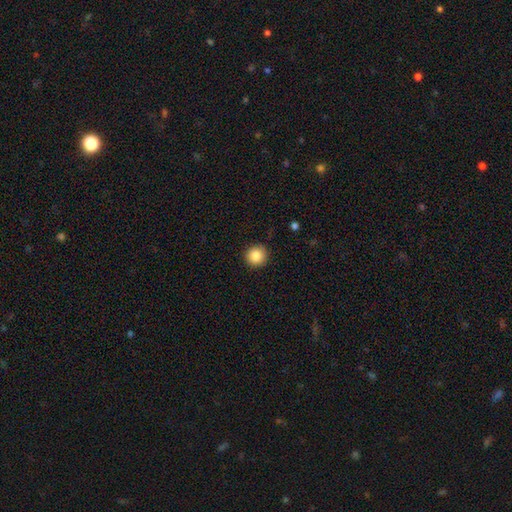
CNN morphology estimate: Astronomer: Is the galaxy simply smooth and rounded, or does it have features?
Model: smooth — 86%.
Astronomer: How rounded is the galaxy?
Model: round — 95%.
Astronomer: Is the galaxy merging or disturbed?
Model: none — 90%.